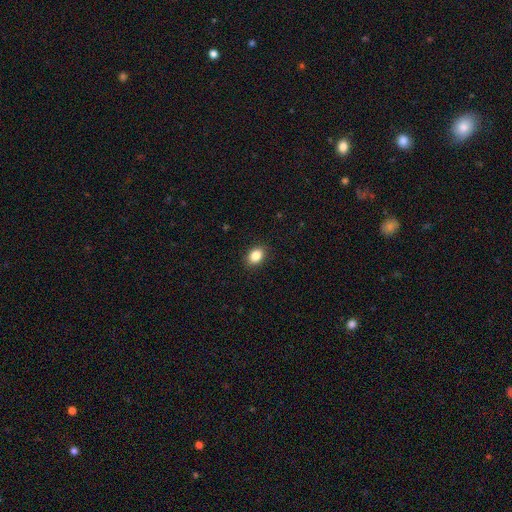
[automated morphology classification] smooth_or_featured: smooth (p=0.86) [alt: star or artifact p=0.09]
how_rounded: in between (p=0.67) [alt: round p=0.32]
merging: none (p=0.90) [alt: minor disturbance p=0.07]